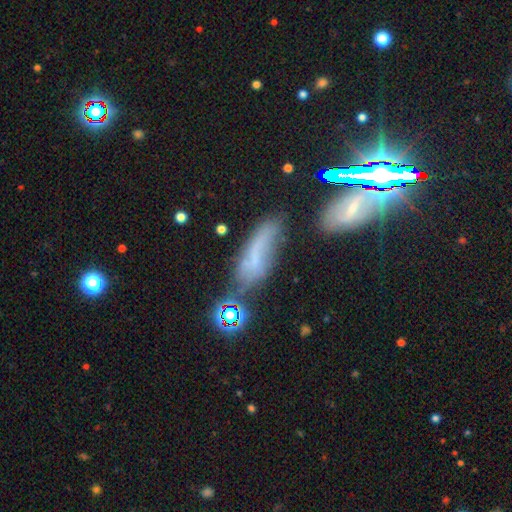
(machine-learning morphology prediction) smooth 47%, featured or disk 31%, star or artifact 22%. Down the decision tree: merging — none (44%).